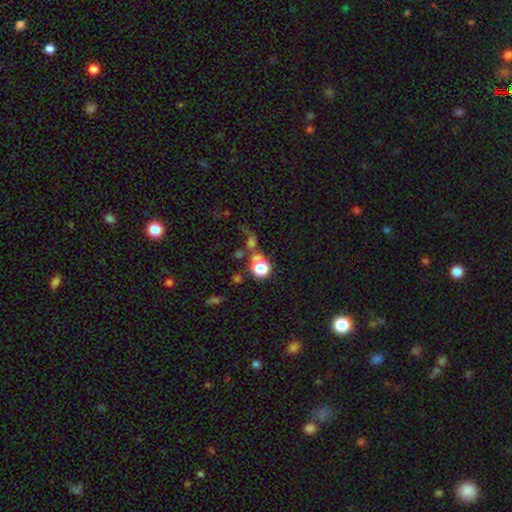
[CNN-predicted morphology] type=star or artifact (51%).